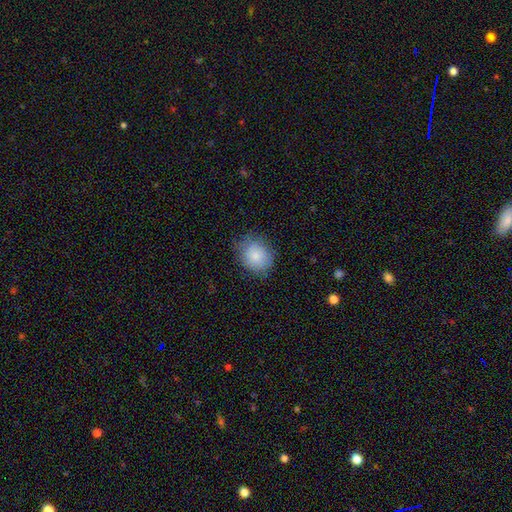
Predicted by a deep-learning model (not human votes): This is clearly a smooth galaxy (83%). How rounded: likely round (67%). Merging: likely none (74%).